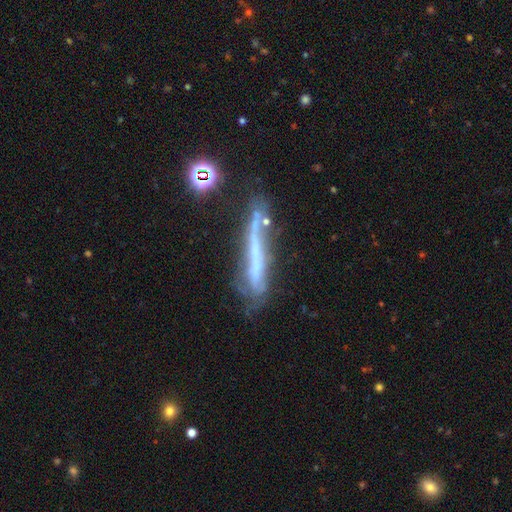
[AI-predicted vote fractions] featured or disk 56%, smooth 31%, star or artifact 13%. Down the decision tree: edge-on disk — yes (77%); merging — none (49%).